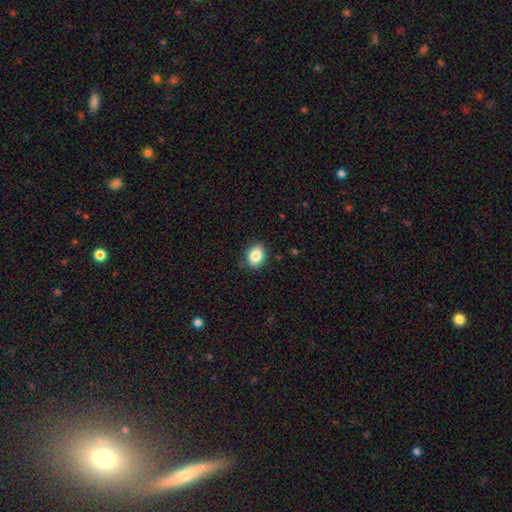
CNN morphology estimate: The model was most divided on "how rounded": in between: 68%, round: 31%, cigar-shaped: 1%. More confident: merging — none (85%); smooth or featured — smooth (85%).